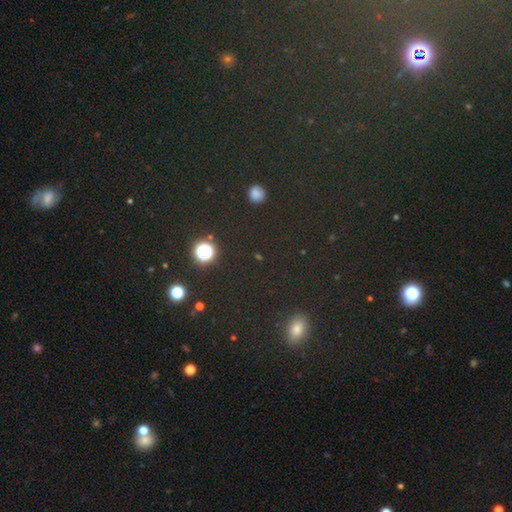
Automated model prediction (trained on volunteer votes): star or artifact 66%, smooth 26%, featured or disk 8%.